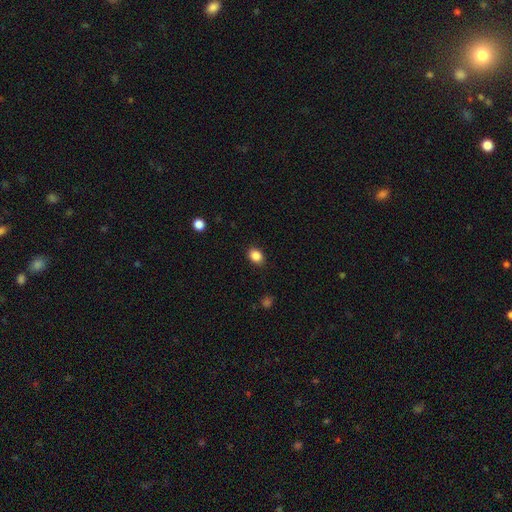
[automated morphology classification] This appears to be a smooth galaxy with no disk features (87%) that is in between round and cigar-shaped (60%). Merging: none (87%).